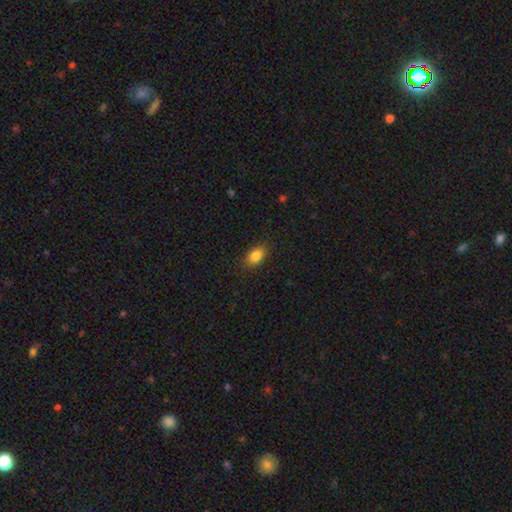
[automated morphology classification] The model was most divided on "how rounded": in between: 85%, round: 13%, cigar-shaped: 3%. More confident: merging — none (86%); smooth or featured — smooth (85%).